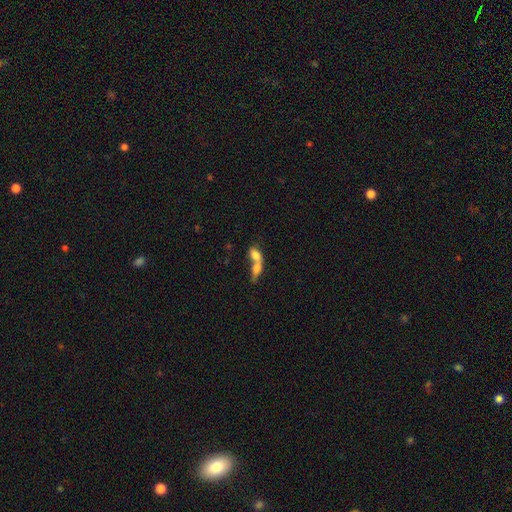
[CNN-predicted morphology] Smooth or featured? smooth (68%)
How rounded? in between (70%)
Merging? merger (80%)